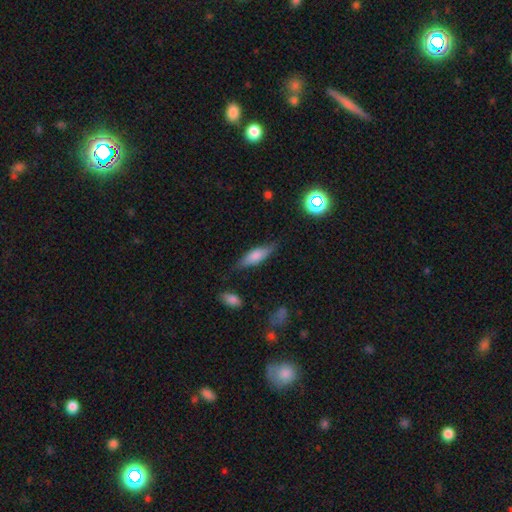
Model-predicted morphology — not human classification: Smooth or featured? smooth (66%)
How rounded? cigar-shaped (52%)
Merging? none (74%)